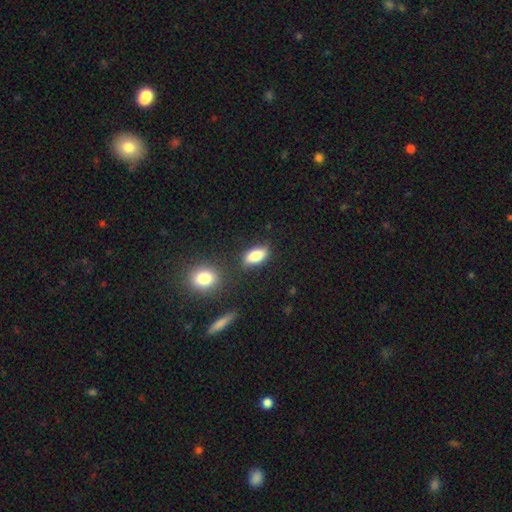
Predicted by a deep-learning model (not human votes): A smooth galaxy with no disk features (83%) that is in between round and cigar-shaped (86%).

Vote fractions:
- Smooth or featured? smooth: 83% / featured or disk: 9% / star or artifact: 8%
- How rounded? in between: 86% / cigar-shaped: 9% / round: 5%
- Merging? none: 77% / minor disturbance: 13% / merger: 6% / major disturbance: 4%